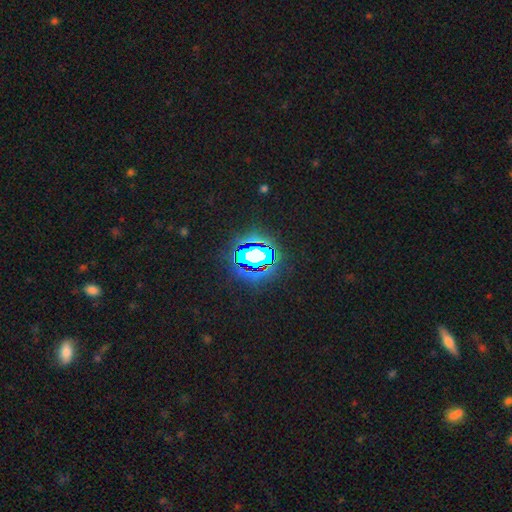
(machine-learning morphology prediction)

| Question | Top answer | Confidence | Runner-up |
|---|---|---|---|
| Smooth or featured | star or artifact | 69% | smooth (18%) |